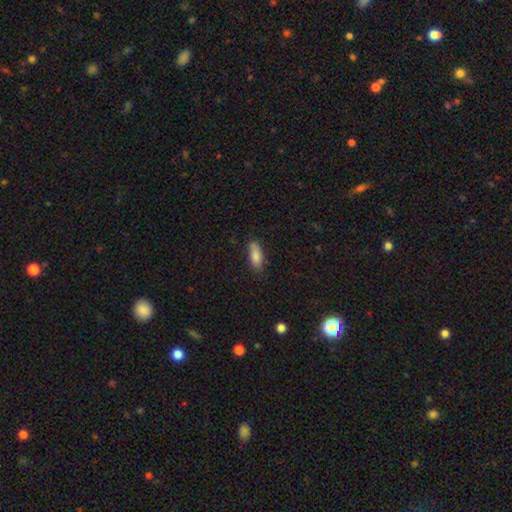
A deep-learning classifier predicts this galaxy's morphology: Smooth or featured? Predicted: smooth (p=0.85). How rounded? Predicted: in between (p=0.78). Merging? Predicted: none (p=0.75).